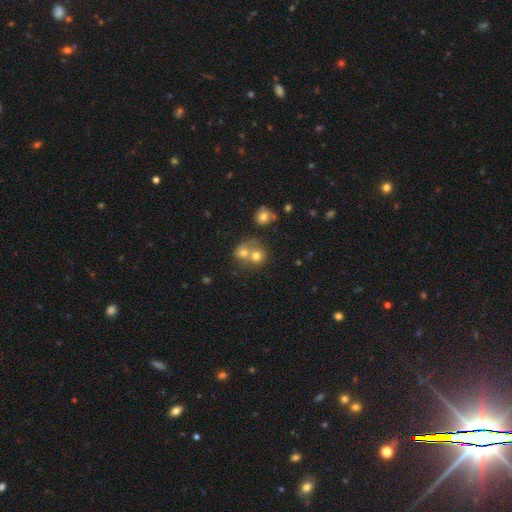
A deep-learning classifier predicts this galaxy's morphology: A smooth galaxy with no disk features (69%) that is round (76%).

Vote fractions:
- Smooth or featured? smooth: 69% / featured or disk: 18% / star or artifact: 13%
- How rounded? round: 76% / in between: 23% / cigar-shaped: 1%
- Merging? merger: 63% / none: 28% / minor disturbance: 6% / major disturbance: 3%